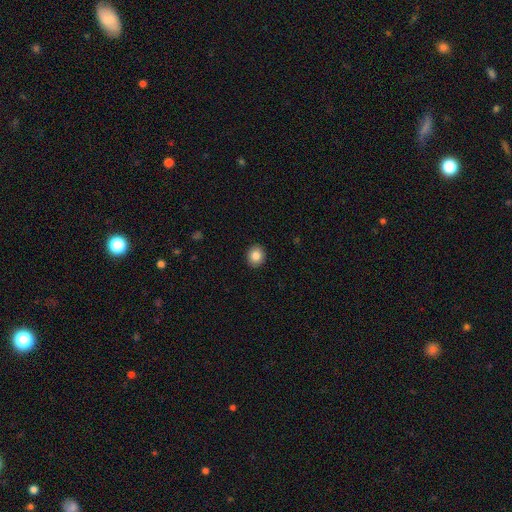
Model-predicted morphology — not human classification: smooth_or_featured: smooth (p=0.85) [alt: star or artifact p=0.09]
how_rounded: round (p=0.78) [alt: in between p=0.21]
merging: none (p=0.92) [alt: minor disturbance p=0.05]